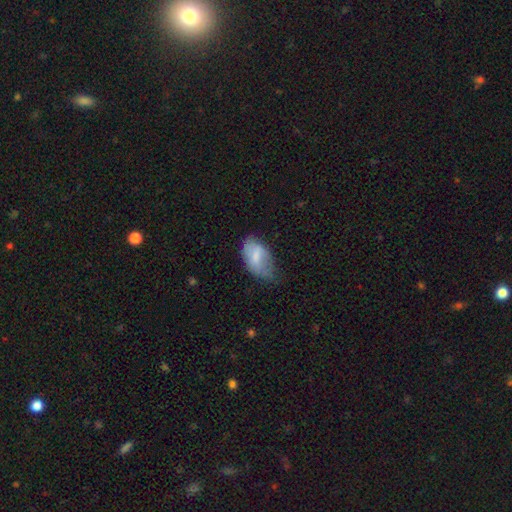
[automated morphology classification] This appears to be a smooth galaxy with no disk features (69%) that is in between round and cigar-shaped (93%). Merging: minor disturbance (45%).